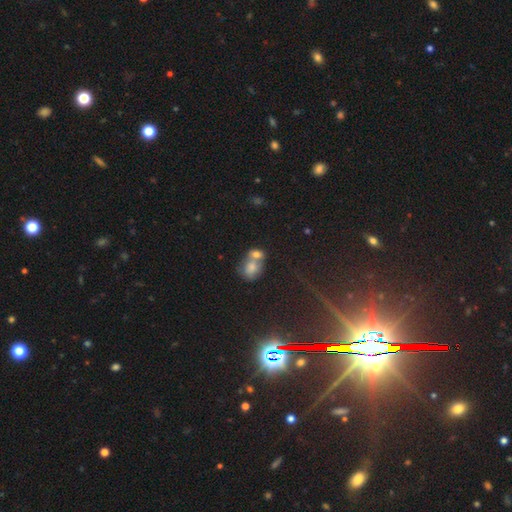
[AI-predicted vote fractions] Overall: smooth (56%; star or artifact 24%). How rounded: in between (49%; round 48%). Merging: merger (60%; none 28%).